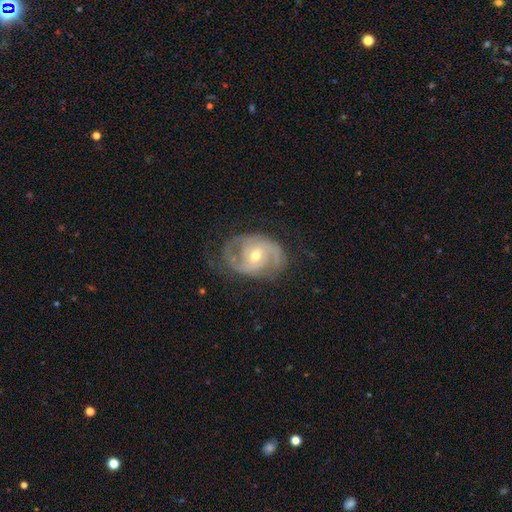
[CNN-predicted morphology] A featured or disk galaxy (86%) with no bar (55%), 2 (67%) medium (43%, tied with tight) spiral arms (94%) and a moderate central bulge (55%).

Vote fractions:
- Smooth or featured? featured or disk: 86% / smooth: 9% / star or artifact: 5%
- Edge-on disk? no: 97% / yes: 3%
- Bar? no: 55% / weak: 35% / strong: 10%
- Spiral arms? yes: 94% / no: 6%
- Spiral winding? medium: 43% (tied) / tight: 43% (tied) / loose: 14%
- Spiral arm count? 2: 67% / can't tell: 14% / 3: 10% / 1: 4% / 4: 2% / more than 4: 2%
- Bulge size? moderate: 55% / small: 42% / large: 2% / none: 1% / dominant: 1%
- Merging? none: 64% / minor disturbance: 22% / major disturbance: 13% / merger: 1%